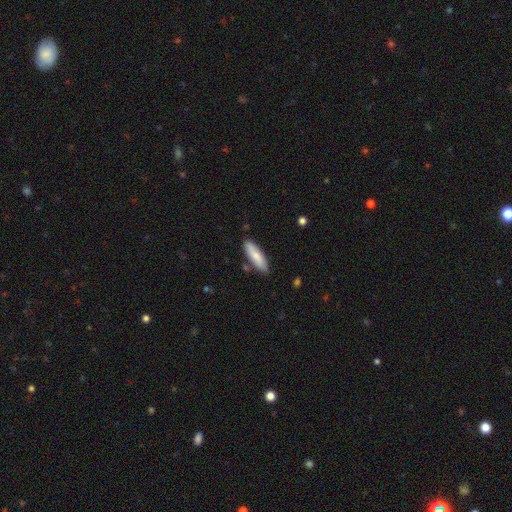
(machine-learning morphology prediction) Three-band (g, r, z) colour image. It shows a smooth galaxy with no disk features (80%) that is cigar-shaped (58%). Merging: none (83%).